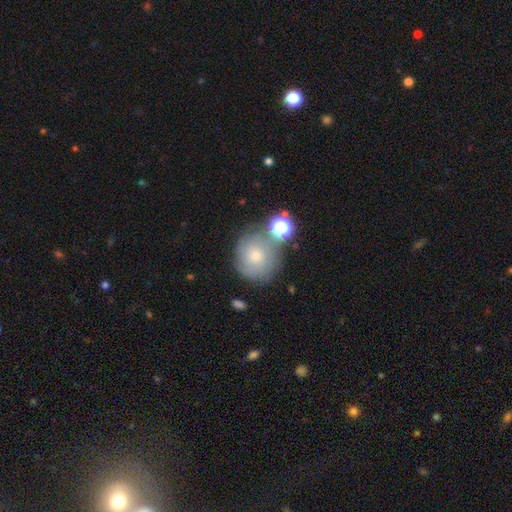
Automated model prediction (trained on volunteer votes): The model was most divided on "smooth or featured": smooth: 63%, featured or disk: 23%, star or artifact: 14%. More confident: how rounded — round (87%); merging — none (59%).